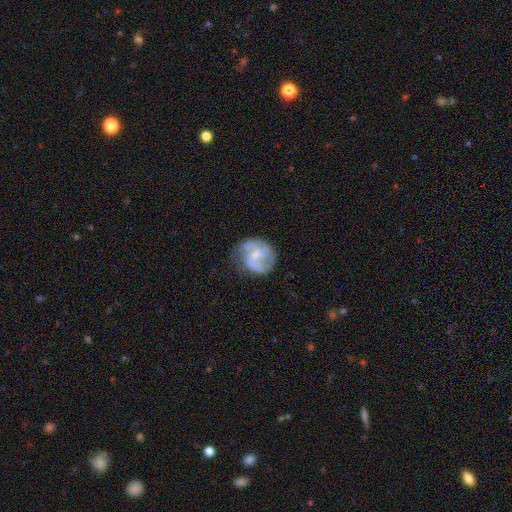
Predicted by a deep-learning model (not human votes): featured or disk 65%, smooth 29%, star or artifact 7%. Down the decision tree: edge-on disk — no (98%); bar — no (46%); spiral arms — yes (76%); bulge size — small (44%); merging — none (54%).